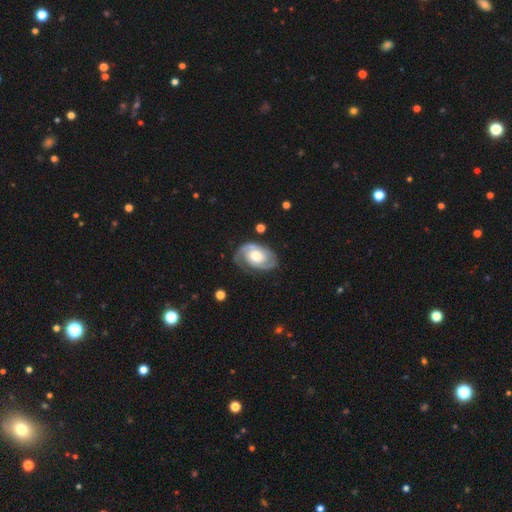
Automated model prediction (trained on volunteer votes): Morphology: type=featured or disk (83%); edge-on=no (97%); bar=no (69%); spiral arms=yes (94%); winding=tight (54%); arm count=2 (82%); bulge=moderate (51%); merging=none (72%).